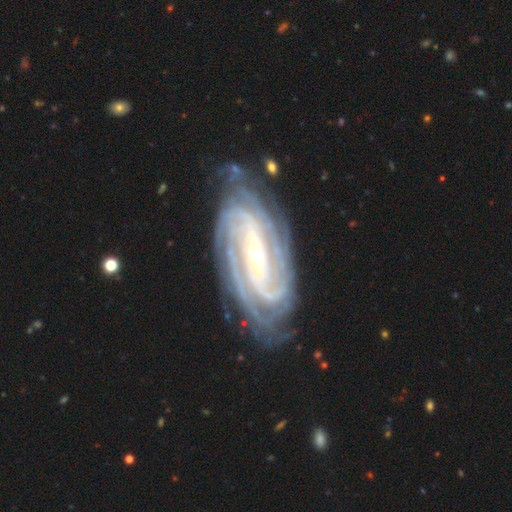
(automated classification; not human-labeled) Smooth or featured? Predicted: featured or disk (p=0.93). Edge-on disk? Predicted: no (p=0.96). Bar? Predicted: strong (p=0.48). Spiral arms? Predicted: yes (p=0.99). Spiral winding? Predicted: tight (p=0.79). Spiral arm count? Predicted: 4 (p=0.29). Bulge size? Predicted: small (p=0.58). Merging? Predicted: none (p=0.81).